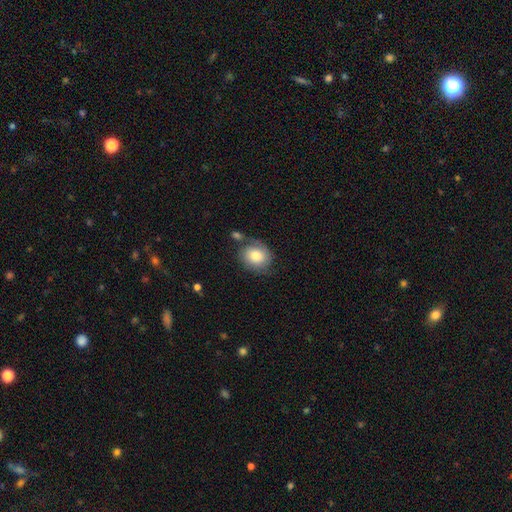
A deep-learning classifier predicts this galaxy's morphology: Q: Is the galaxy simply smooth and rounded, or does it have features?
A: smooth — 69%.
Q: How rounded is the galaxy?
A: round — 61%.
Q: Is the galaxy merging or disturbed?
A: none — 54%.